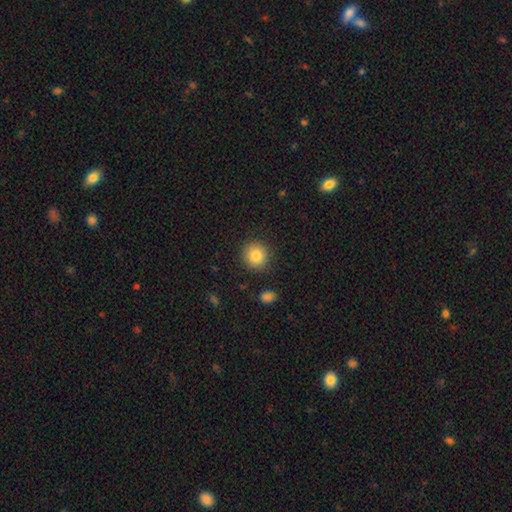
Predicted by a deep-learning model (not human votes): This appears to be a smooth galaxy with no disk features (83%) that is round (92%). Merging: none (89%).